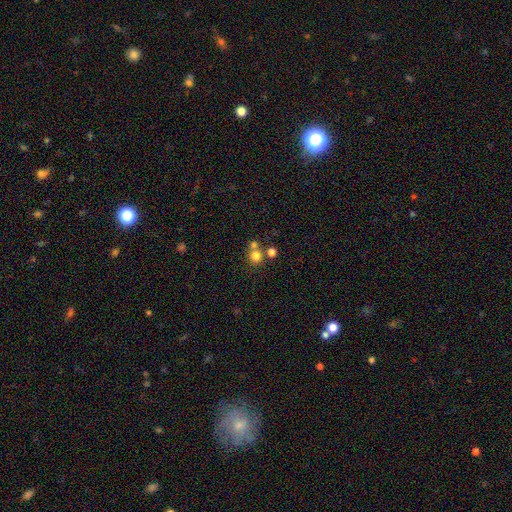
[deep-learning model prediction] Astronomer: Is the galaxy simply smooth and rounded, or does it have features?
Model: smooth — 77%.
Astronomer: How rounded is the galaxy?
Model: round — 90%.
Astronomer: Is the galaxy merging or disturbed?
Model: none — 58%.